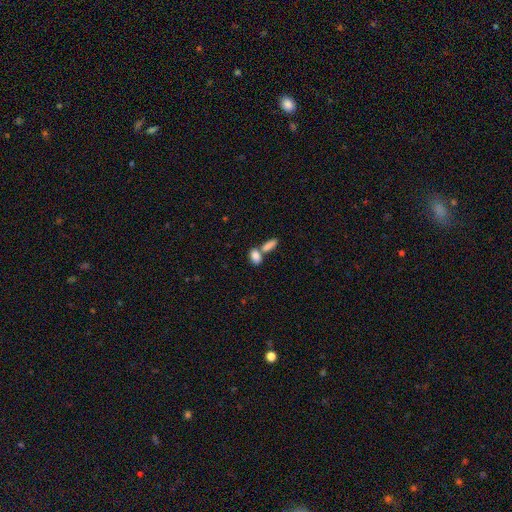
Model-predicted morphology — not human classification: Smooth or featured?
  - smooth: 84% *
  - featured or disk: 8%
  - star or artifact: 7%
How rounded?
  - in between: 87% *
  - round: 8%
  - cigar-shaped: 5%
Merging?
  - merger: 49% *
  - none: 38%
  - minor disturbance: 9%
  - major disturbance: 4%